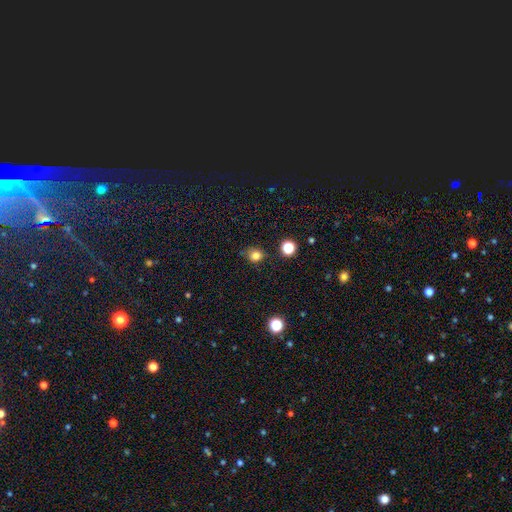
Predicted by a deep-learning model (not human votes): The model was most divided on "how rounded": round: 72%, in between: 27%, cigar-shaped: 1%. More confident: smooth or featured — smooth (80%); merging — none (69%).